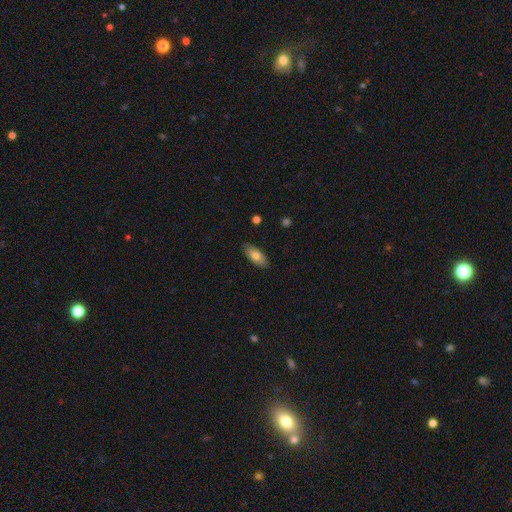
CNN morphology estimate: smooth-or-featured: smooth: 75% | featured or disk: 18% | star or artifact: 7%
  how-rounded: in between: 85% | cigar-shaped: 13% | round: 3%
  merging: none: 87% | minor disturbance: 10% | major disturbance: 2% | merger: 1%